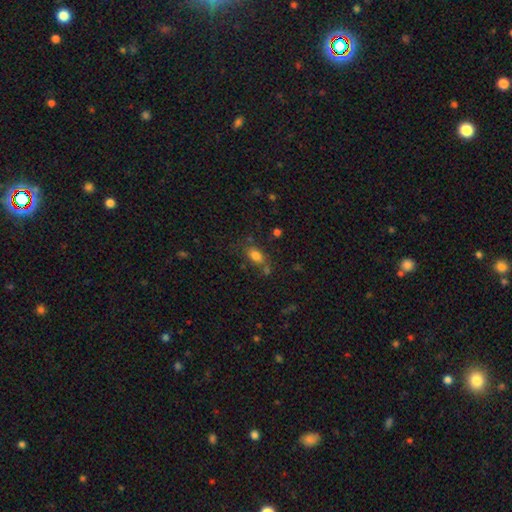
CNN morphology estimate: Smooth or featured?
  - smooth: 80% *
  - star or artifact: 11%
  - featured or disk: 9%
How rounded?
  - in between: 85% *
  - round: 10%
  - cigar-shaped: 5%
Merging?
  - none: 61% *
  - minor disturbance: 17%
  - merger: 15%
  - major disturbance: 7%